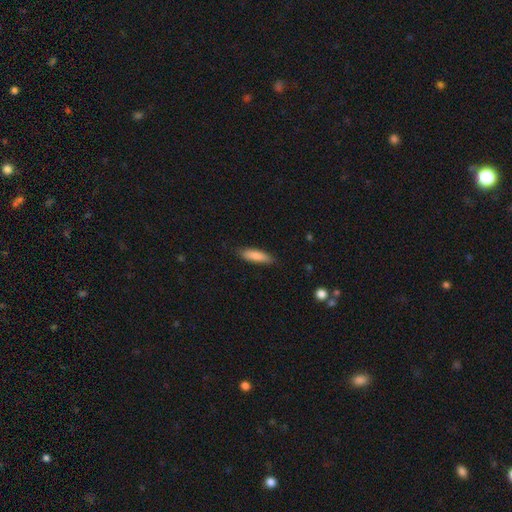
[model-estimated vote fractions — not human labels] Morphology: type=smooth (84%); roundness=cigar-shaped (63%); merging=none (84%).